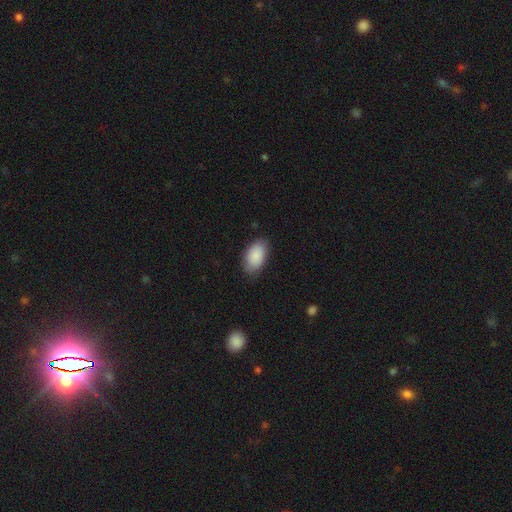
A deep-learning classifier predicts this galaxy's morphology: Smooth or featured? smooth (89%)
How rounded? in between (94%)
Merging? none (81%)